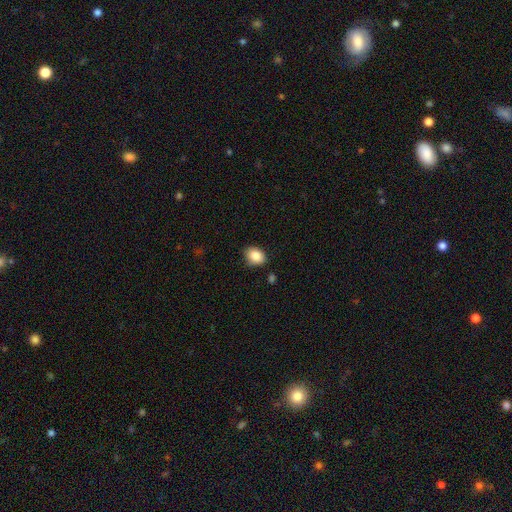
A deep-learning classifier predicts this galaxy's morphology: Smooth or featured? Predicted: smooth (p=0.87). How rounded? Predicted: in between (p=0.63). Merging? Predicted: none (p=0.81).